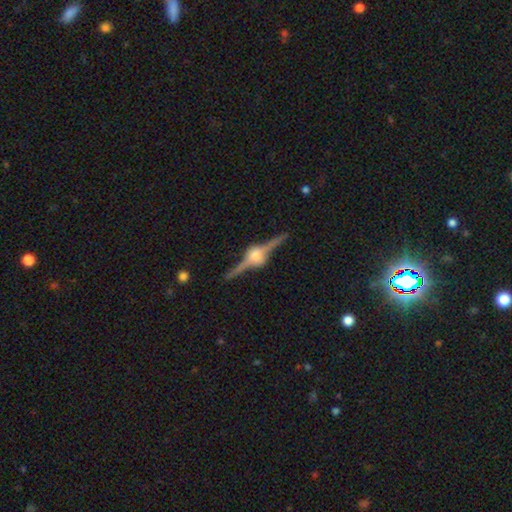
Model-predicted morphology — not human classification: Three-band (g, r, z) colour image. It shows a featured or disk galaxy (90%) viewed edge-on (98%) with a rounded central bulge (93%). Merging: none (87%).